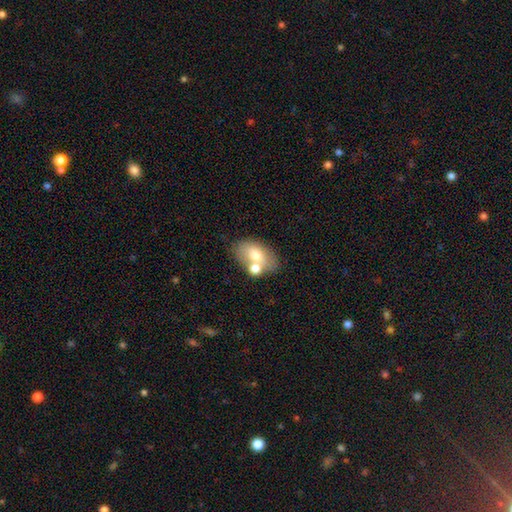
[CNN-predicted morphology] Q: Smooth or featured?
A: smooth (67%); runner-up: featured or disk (25%)
Q: How rounded?
A: in between (86%); runner-up: round (12%)
Q: Merging?
A: none (49%); runner-up: merger (31%)